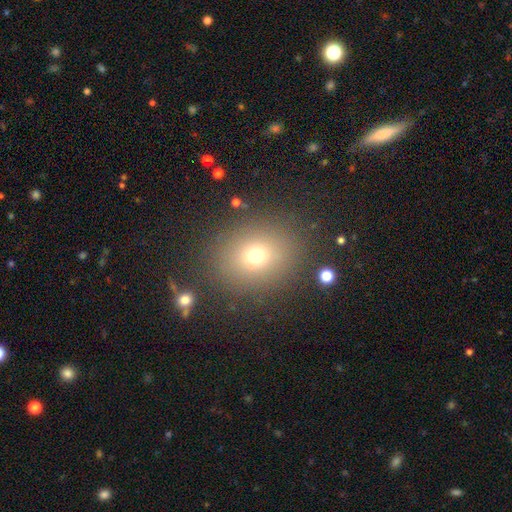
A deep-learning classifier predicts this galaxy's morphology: A smooth galaxy with no disk features (68%) that is round (66%). Merging: none (83%).